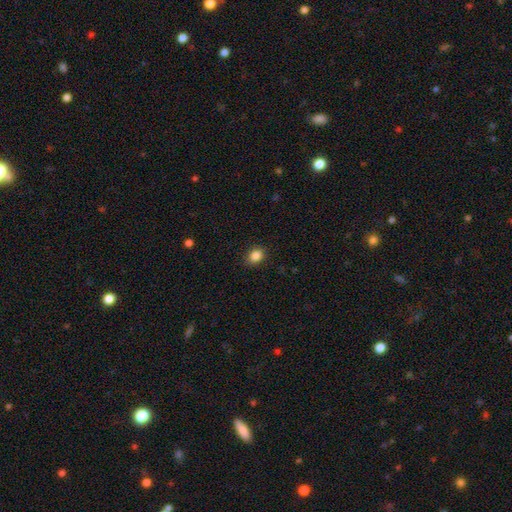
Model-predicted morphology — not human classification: Overall: smooth (86%). How rounded: in between (50%; round 49%). Merging: none (87%).